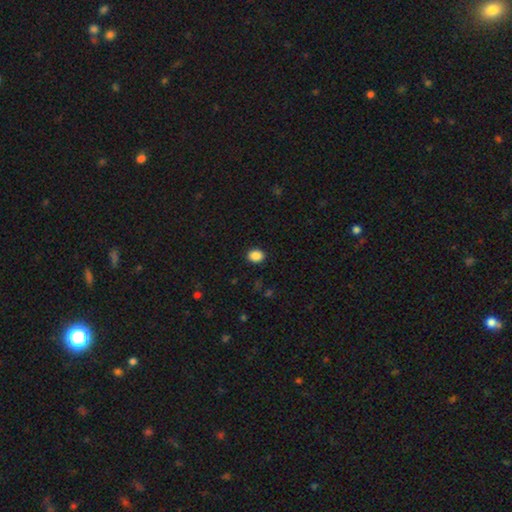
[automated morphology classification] This is clearly a smooth galaxy (88%). How rounded: possibly round (54%). Merging: clearly none (91%).